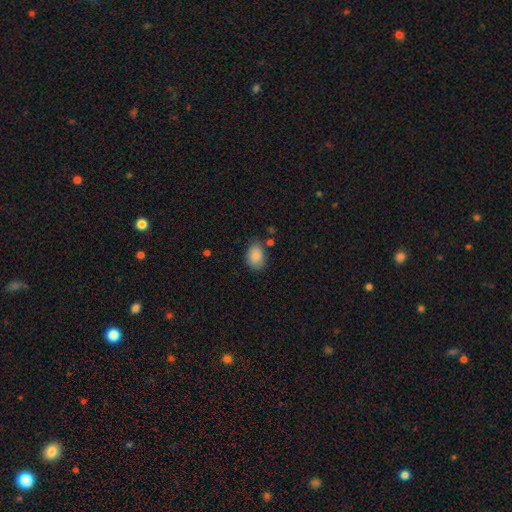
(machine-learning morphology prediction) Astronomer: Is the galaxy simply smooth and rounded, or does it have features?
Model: smooth — 88%.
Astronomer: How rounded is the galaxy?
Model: in between — 76%.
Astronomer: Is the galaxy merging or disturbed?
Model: none — 72%.